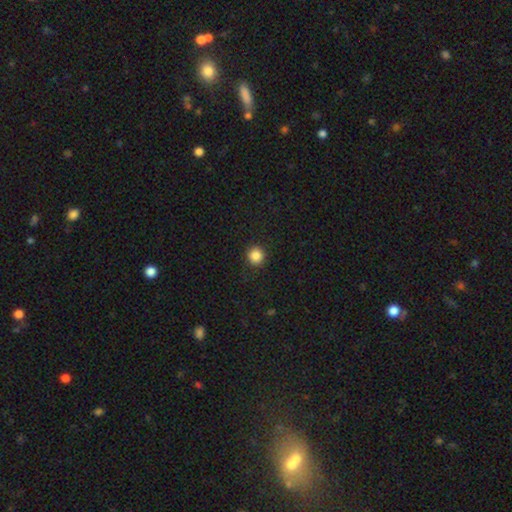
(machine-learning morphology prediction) Smooth or featured? Predicted: smooth (p=0.86). How rounded? Predicted: round (p=0.94). Merging? Predicted: none (p=0.91).